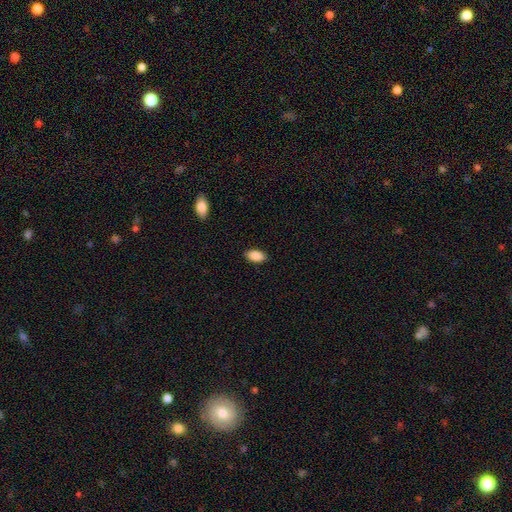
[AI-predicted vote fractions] Morphology: type=smooth (89%); roundness=in between (94%); merging=none (87%).